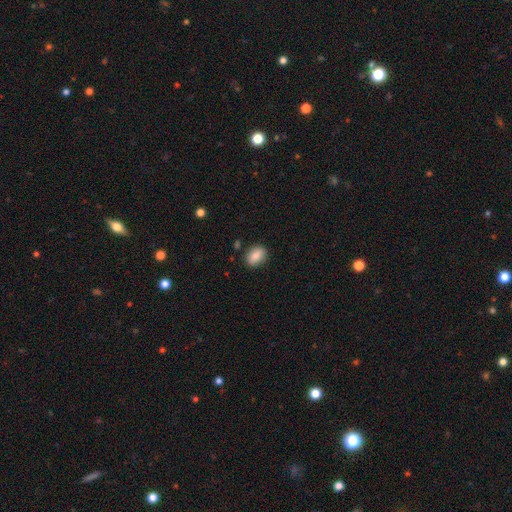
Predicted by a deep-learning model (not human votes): smooth 85%, star or artifact 8%, featured or disk 7%. Down the decision tree: how rounded — in between (80%); merging — none (85%).